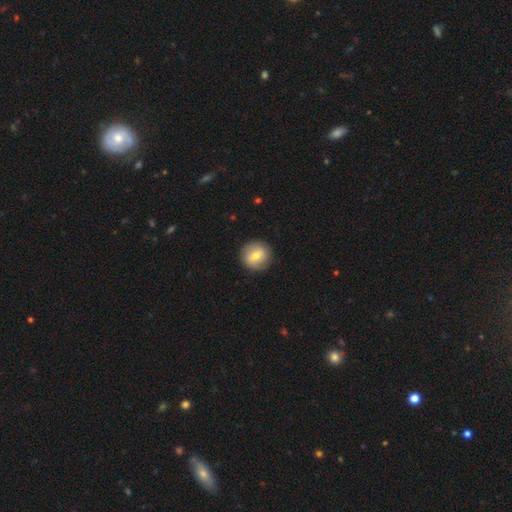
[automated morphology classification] smooth-or-featured: smooth: 68% | featured or disk: 25% | star or artifact: 8%
  how-rounded: round: 92% | in between: 7% | cigar-shaped: 1%
  merging: none: 89% | minor disturbance: 8% | major disturbance: 2% | merger: 1%